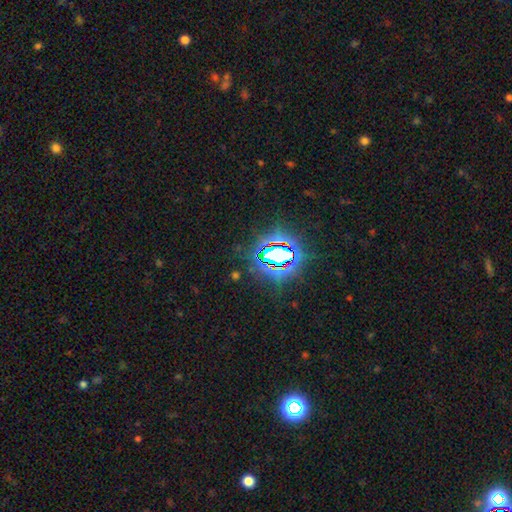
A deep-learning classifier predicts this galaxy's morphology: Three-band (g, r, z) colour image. It shows a star or artifact, not a galaxy (81%).